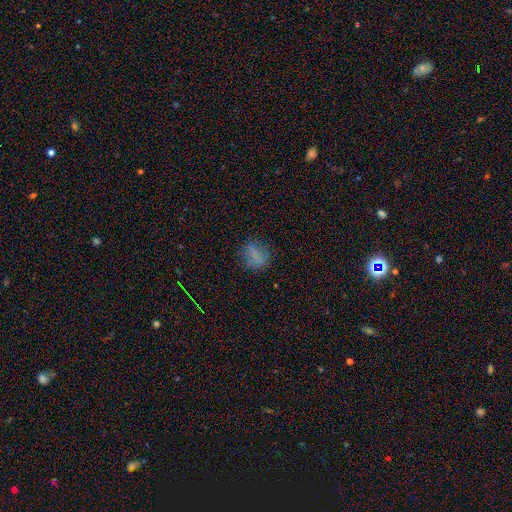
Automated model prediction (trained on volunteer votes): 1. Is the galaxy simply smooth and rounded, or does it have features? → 66% smooth, 19% star or artifact, 15% featured or disk.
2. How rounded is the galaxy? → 52% round, 42% in between, 5% cigar-shaped.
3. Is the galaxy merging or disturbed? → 70% none, 18% minor disturbance, 9% major disturbance, 2% merger.